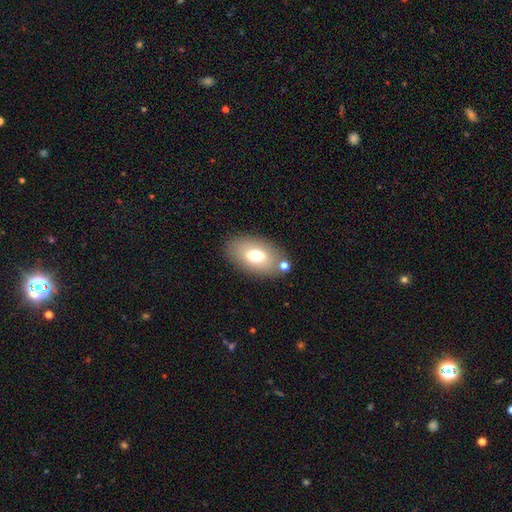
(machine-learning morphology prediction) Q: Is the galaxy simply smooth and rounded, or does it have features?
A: smooth — 69%.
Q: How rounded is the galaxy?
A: in between — 92%.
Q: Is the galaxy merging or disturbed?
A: none — 77%.